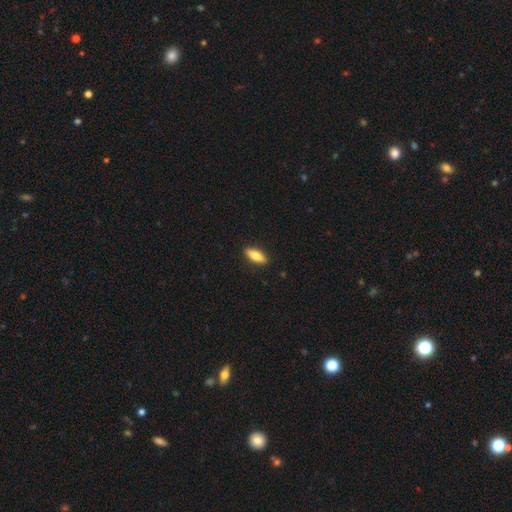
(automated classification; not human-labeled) The model was most divided on "how rounded": in between: 64%, cigar-shaped: 33%, round: 3%. More confident: merging — none (90%); smooth or featured — smooth (76%).